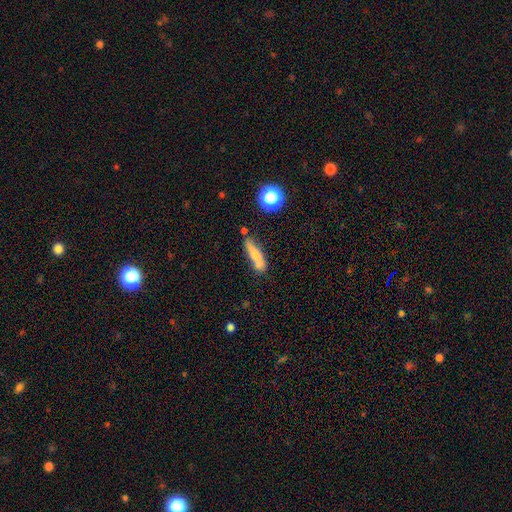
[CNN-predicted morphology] A smooth galaxy with no disk features (66%) that is cigar-shaped (74%). Merging: none (58%).